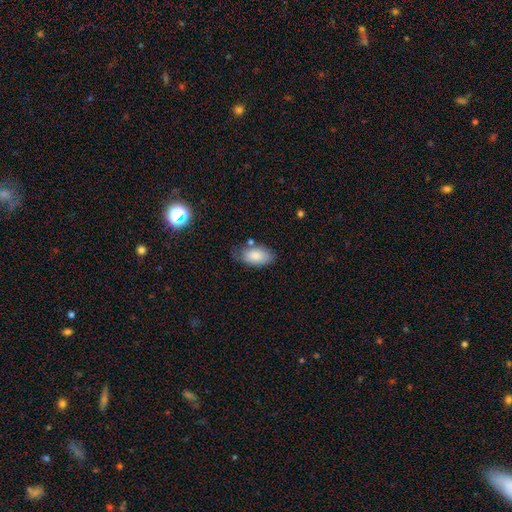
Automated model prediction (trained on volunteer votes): smooth_or_featured: smooth (p=0.85) [alt: featured or disk p=0.08]
how_rounded: in between (p=0.94) [alt: round p=0.04]
merging: none (p=0.65) [alt: minor disturbance p=0.23]